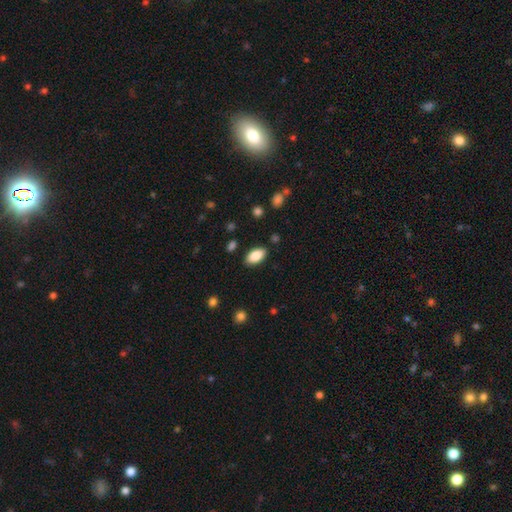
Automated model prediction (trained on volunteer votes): smooth_or_featured: smooth (p=0.86) [alt: star or artifact p=0.07]
how_rounded: in between (p=0.93) [alt: cigar-shaped p=0.04]
merging: none (p=0.86) [alt: minor disturbance p=0.10]